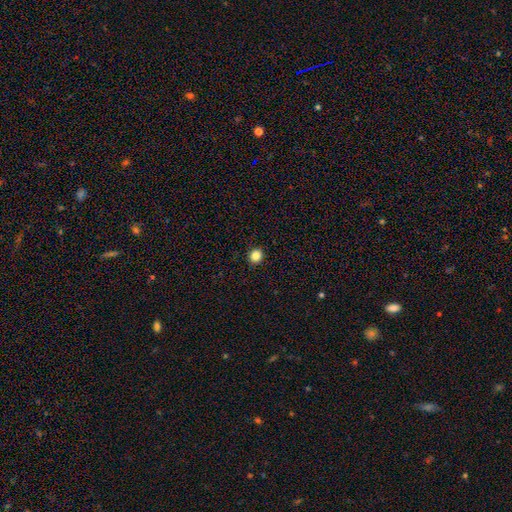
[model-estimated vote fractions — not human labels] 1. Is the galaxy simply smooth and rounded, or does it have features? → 86% smooth, 11% star or artifact, 3% featured or disk.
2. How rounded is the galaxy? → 87% round, 12% in between, 1% cigar-shaped.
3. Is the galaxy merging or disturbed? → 92% none, 5% minor disturbance, 2% major disturbance, 1% merger.